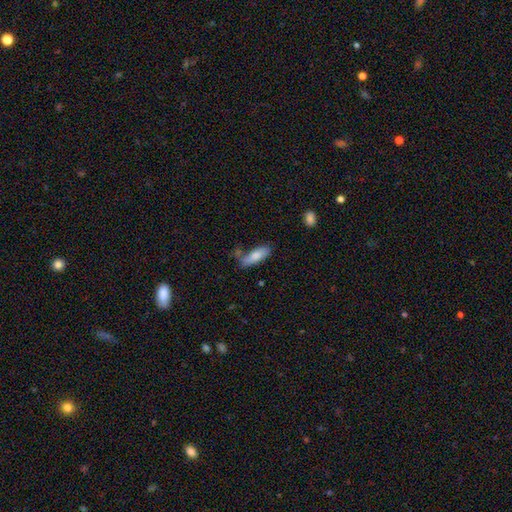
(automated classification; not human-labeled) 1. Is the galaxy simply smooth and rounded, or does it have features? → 78% smooth, 15% featured or disk, 7% star or artifact.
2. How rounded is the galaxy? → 63% in between, 35% cigar-shaped, 2% round.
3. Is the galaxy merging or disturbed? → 52% none, 26% minor disturbance, 12% merger, 10% major disturbance.